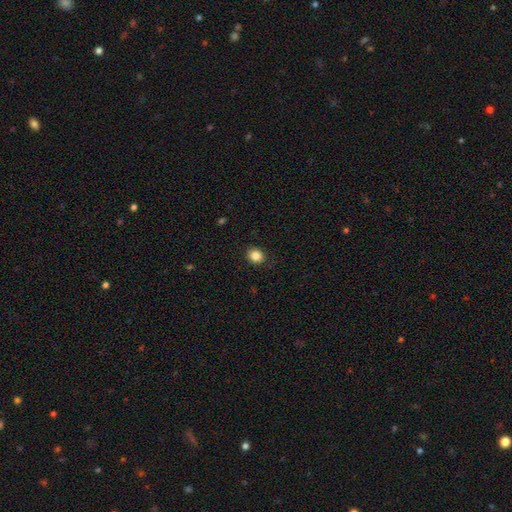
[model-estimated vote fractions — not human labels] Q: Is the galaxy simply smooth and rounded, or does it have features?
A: smooth — 84%.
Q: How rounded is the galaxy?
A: round — 75%.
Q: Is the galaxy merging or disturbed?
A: none — 89%.